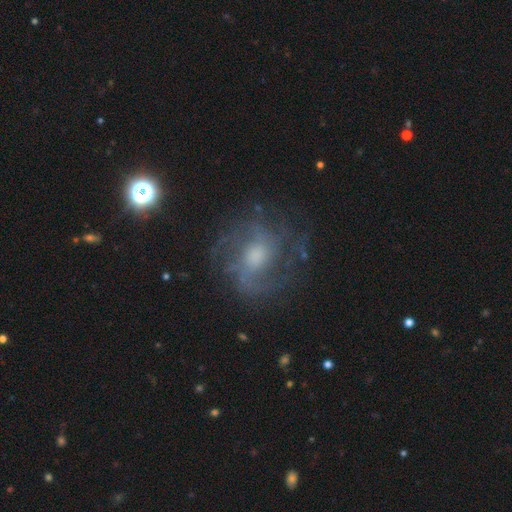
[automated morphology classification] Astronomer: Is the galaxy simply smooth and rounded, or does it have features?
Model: featured or disk — 77%.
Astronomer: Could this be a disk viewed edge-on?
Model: no — 97%.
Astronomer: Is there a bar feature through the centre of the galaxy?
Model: no — 61%.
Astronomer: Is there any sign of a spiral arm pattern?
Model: yes — 90%.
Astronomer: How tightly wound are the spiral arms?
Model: medium — 45% (runner-up: tight, 35%).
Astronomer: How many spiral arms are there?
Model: can't tell — 33% (runner-up: 2, 28%).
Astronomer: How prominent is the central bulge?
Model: moderate — 50%.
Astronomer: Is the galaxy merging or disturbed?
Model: none — 70%.